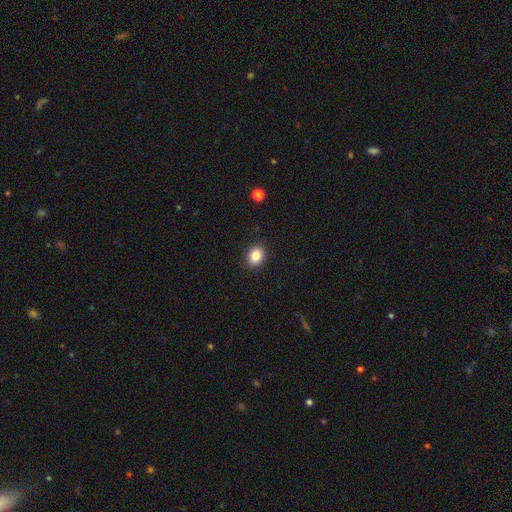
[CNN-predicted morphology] This appears to be a smooth galaxy with no disk features (86%) that is round (50%). Merging: none (91%).